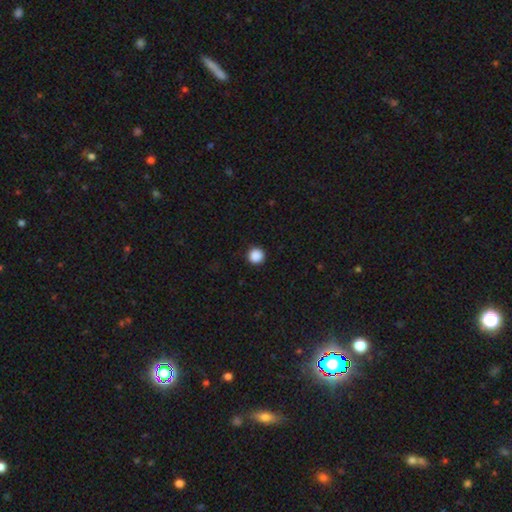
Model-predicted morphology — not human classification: Smooth or featured?
  - smooth: 88% *
  - star or artifact: 10%
  - featured or disk: 2%
How rounded?
  - round: 96% *
  - in between: 3%
  - cigar-shaped: 1%
Merging?
  - none: 93% *
  - minor disturbance: 5%
  - major disturbance: 2%
  - merger: 1%